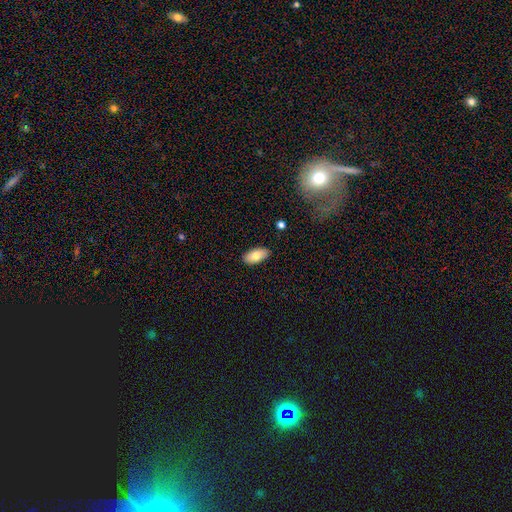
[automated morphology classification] This is likely a smooth galaxy (79%). How rounded: clearly in between (93%). Merging: clearly none (88%).